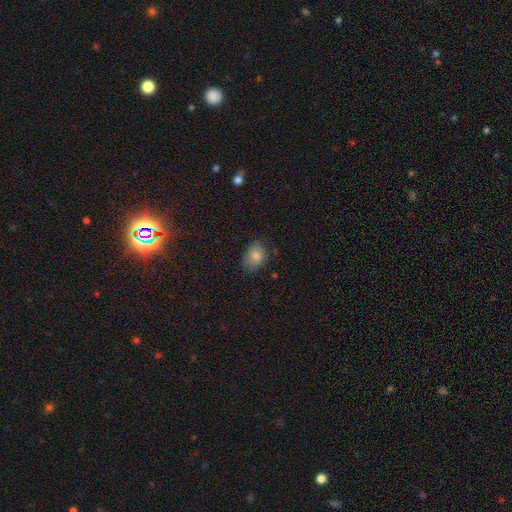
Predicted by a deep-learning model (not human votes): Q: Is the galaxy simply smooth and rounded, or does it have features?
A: smooth — 82%.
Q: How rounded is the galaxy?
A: in between — 78%.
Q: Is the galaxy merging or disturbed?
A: none — 68%.